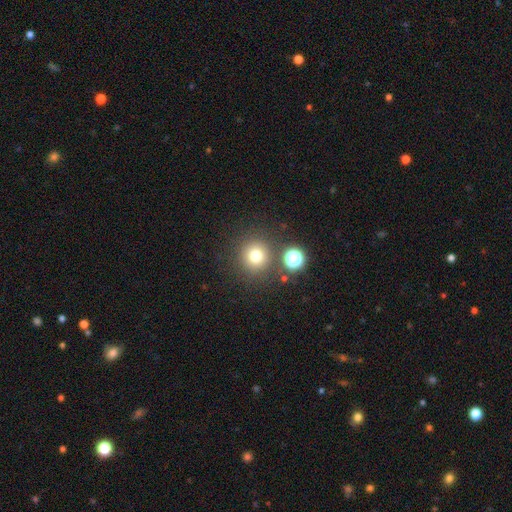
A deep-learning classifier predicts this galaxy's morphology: Overall: smooth (75%). How rounded: round (94%). Merging: none (83%).